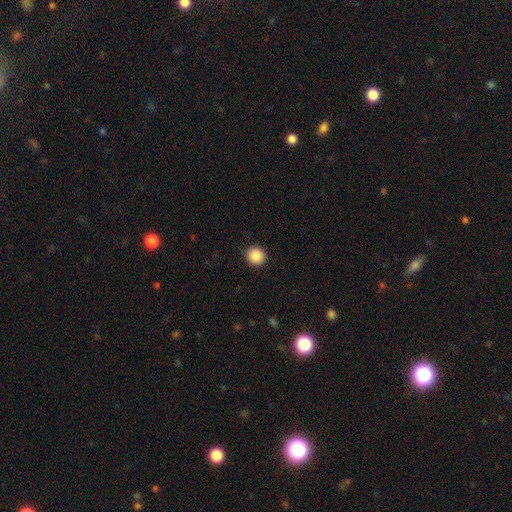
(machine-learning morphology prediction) Smooth or featured? Predicted: smooth (p=0.88). How rounded? Predicted: round (p=0.91). Merging? Predicted: none (p=0.91).